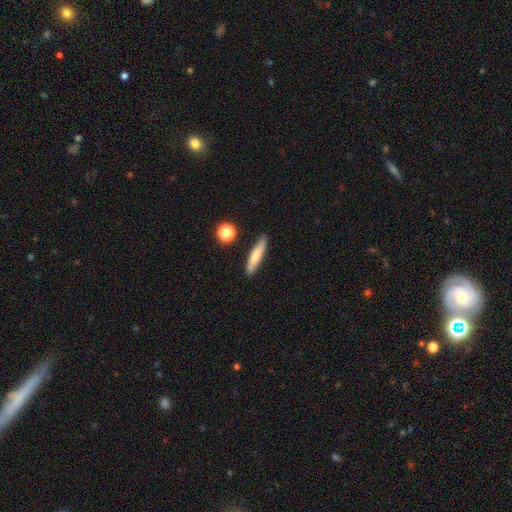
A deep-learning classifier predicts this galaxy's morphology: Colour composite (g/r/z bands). It shows a smooth galaxy with no disk features (71%) that is cigar-shaped (84%). Merging: none (85%).